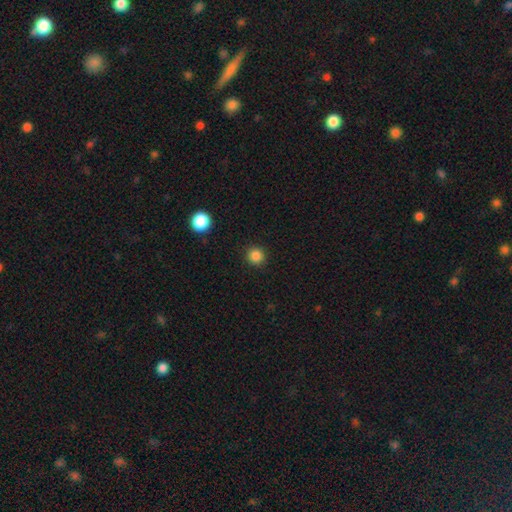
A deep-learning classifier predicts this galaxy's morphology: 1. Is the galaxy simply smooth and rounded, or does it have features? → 84% smooth, 12% star or artifact, 3% featured or disk.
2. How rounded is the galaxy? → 93% round, 6% in between, 1% cigar-shaped.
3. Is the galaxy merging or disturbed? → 91% none, 6% minor disturbance, 2% major disturbance, 1% merger.